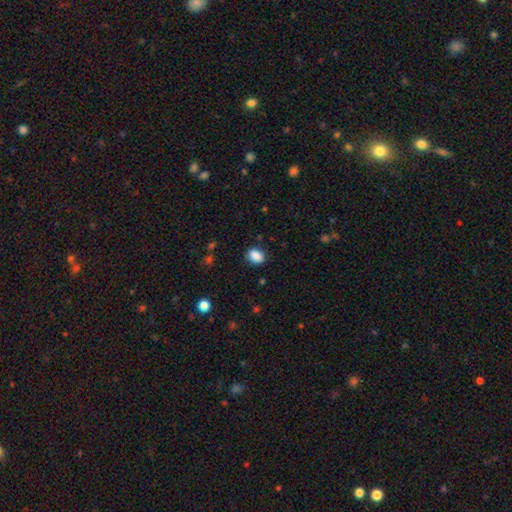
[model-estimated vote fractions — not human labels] smooth 88%, star or artifact 8%, featured or disk 3%. Down the decision tree: how rounded — in between (70%); merging — none (86%).